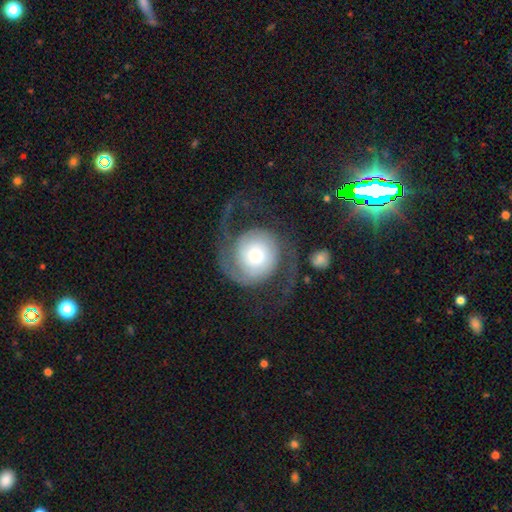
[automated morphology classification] Smooth or featured? Predicted: featured or disk (p=0.81). Edge-on disk? Predicted: no (p=0.98). Bar? Predicted: no (p=0.74). Spiral arms? Predicted: yes (p=0.96). Spiral winding? Predicted: loose (p=0.39). Spiral arm count? Predicted: 2 (p=0.90). Bulge size? Predicted: moderate (p=0.44). Merging? Predicted: none (p=0.61).